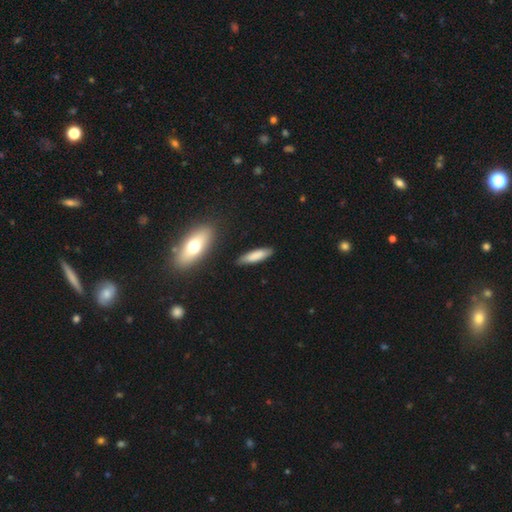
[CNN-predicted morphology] Smooth or featured: smooth — 79% (featured or disk — 15%)
How rounded: cigar-shaped — 68% (in between — 30%)
Merging: none — 84% (minor disturbance — 12%)